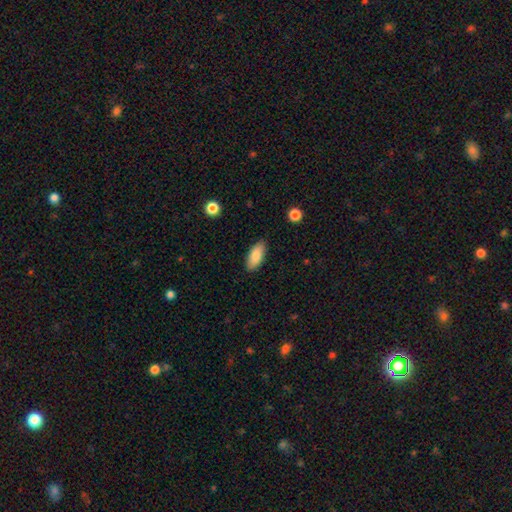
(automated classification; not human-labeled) A smooth galaxy with no disk features (84%) that is in between round and cigar-shaped (86%). Merging: none (87%).